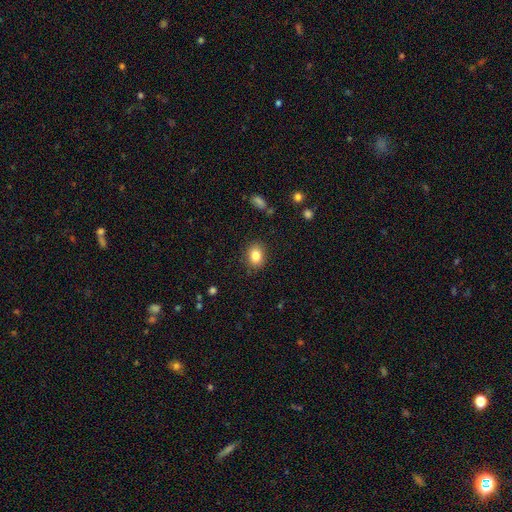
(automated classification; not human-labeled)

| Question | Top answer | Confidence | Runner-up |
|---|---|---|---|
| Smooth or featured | smooth | 84% | star or artifact (10%) |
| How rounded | in between | 54% | round (45%) |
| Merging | none | 87% | minor disturbance (10%) |